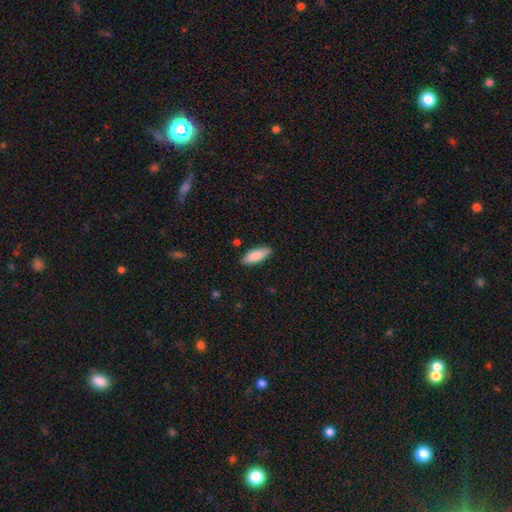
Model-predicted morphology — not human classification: A smooth galaxy with no disk features (88%) that is in between round and cigar-shaped (76%). Merging: none (86%).